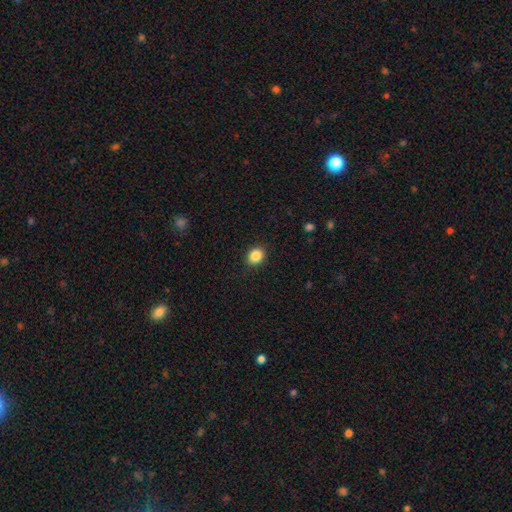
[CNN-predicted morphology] smooth-or-featured: smooth: 87% | star or artifact: 9% | featured or disk: 4%
  how-rounded: round: 60% | in between: 39% | cigar-shaped: 1%
  merging: none: 90% | minor disturbance: 7% | major disturbance: 2% | merger: 1%